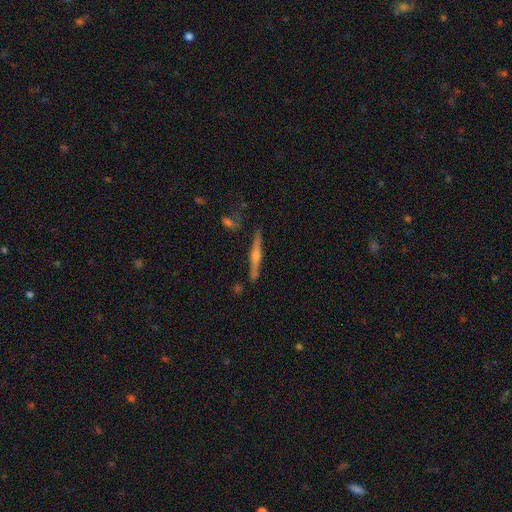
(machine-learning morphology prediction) Smooth or featured? featured or disk (75%)
Edge-on disk? yes (98%)
Edge-on bulge? rounded (82%)
Merging? none (86%)